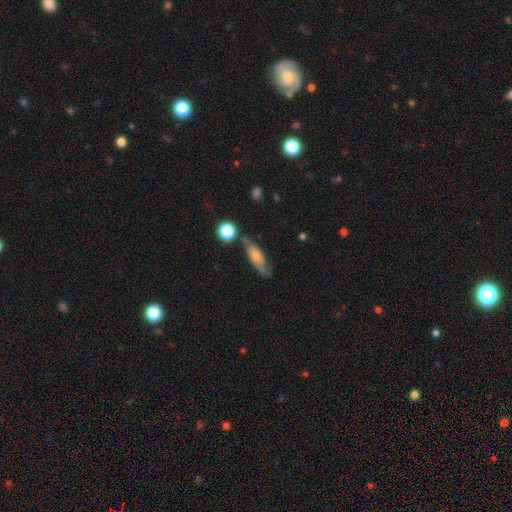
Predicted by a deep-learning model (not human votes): smooth 46%, featured or disk 45%, star or artifact 9%. Down the decision tree: merging — none (68%).